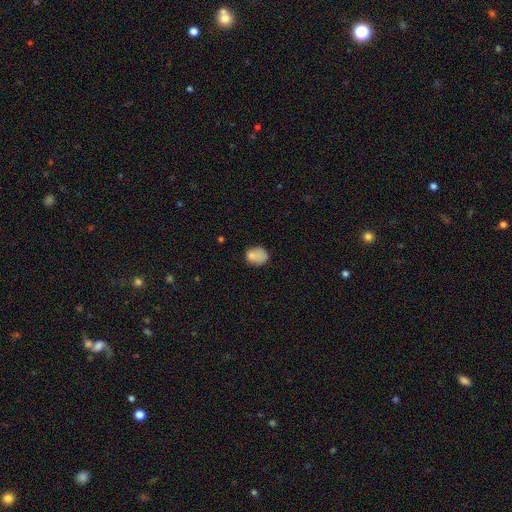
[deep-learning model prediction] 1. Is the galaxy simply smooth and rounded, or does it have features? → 77% smooth, 12% featured or disk, 10% star or artifact.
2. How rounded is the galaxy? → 57% in between, 42% round, 1% cigar-shaped.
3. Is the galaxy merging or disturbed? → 54% none, 25% minor disturbance, 11% merger, 11% major disturbance.